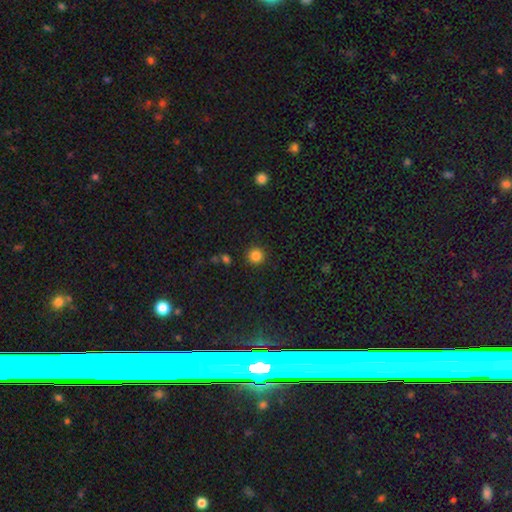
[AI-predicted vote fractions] smooth_or_featured: smooth (p=0.84) [alt: star or artifact p=0.12]
how_rounded: round (p=0.94) [alt: in between p=0.05]
merging: none (p=0.90) [alt: minor disturbance p=0.06]